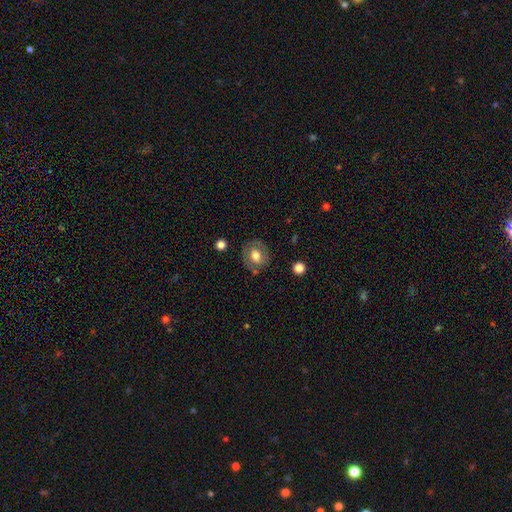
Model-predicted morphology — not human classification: Smooth or featured?
  - smooth: 61% *
  - featured or disk: 32%
  - star or artifact: 8%
How rounded?
  - round: 69% *
  - in between: 30%
  - cigar-shaped: 1%
Merging?
  - none: 79% *
  - minor disturbance: 14%
  - major disturbance: 5%
  - merger: 2%